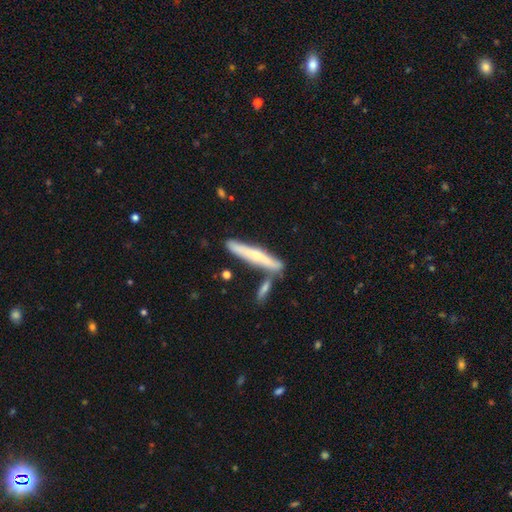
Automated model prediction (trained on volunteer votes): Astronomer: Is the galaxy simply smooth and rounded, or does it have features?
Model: featured or disk — 49% (runner-up: smooth, 45%).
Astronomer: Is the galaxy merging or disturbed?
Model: none — 68%.